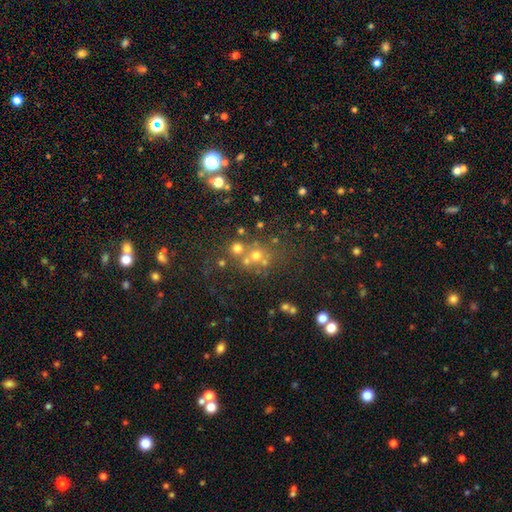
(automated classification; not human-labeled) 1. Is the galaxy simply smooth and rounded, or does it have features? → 46% smooth, 37% star or artifact, 17% featured or disk.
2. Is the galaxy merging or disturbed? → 54% none, 31% merger, 10% minor disturbance, 6% major disturbance.